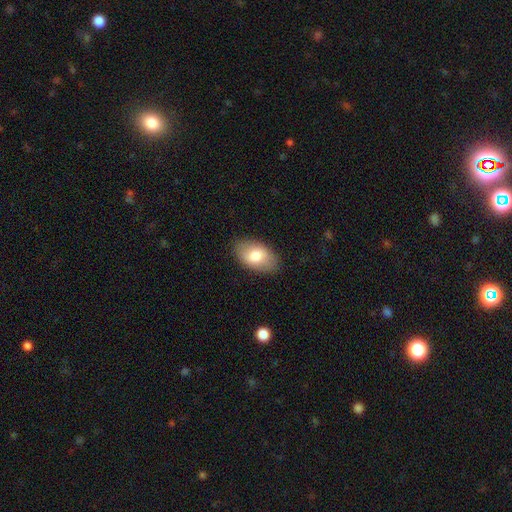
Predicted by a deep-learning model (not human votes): A smooth galaxy with no disk features (77%) that is in between round and cigar-shaped (92%).

Vote fractions:
- Smooth or featured? smooth: 77% / featured or disk: 17% / star or artifact: 6%
- How rounded? in between: 92% / round: 6% / cigar-shaped: 1%
- Merging? none: 85% / minor disturbance: 11% / major disturbance: 3% / merger: 1%